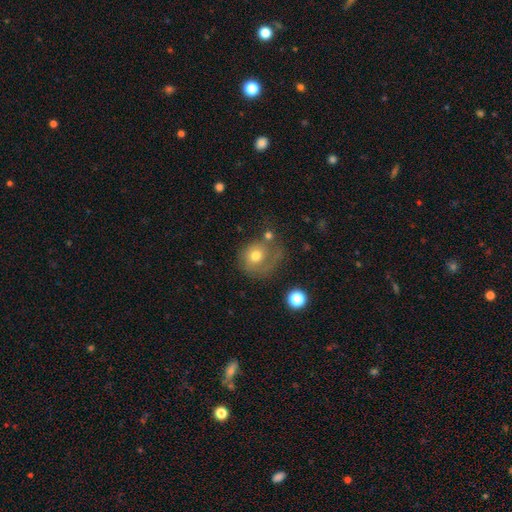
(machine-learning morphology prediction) smooth 65%, featured or disk 25%, star or artifact 10%. Down the decision tree: how rounded — round (74%); merging — none (37%).